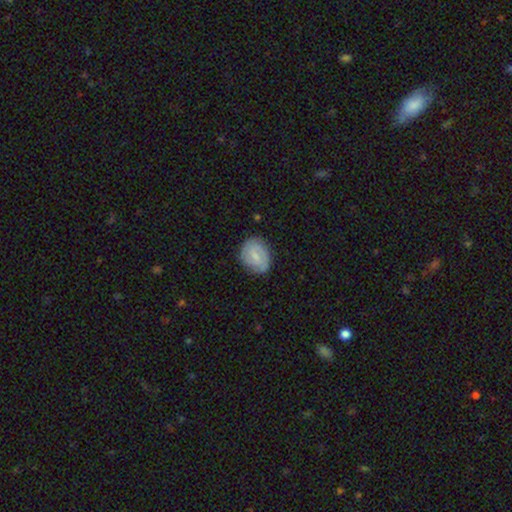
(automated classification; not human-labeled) A featured or disk galaxy (56%) with a weak bar (58%), spiral arms (88%) and a small central bulge (55%). Merging: none (79%).